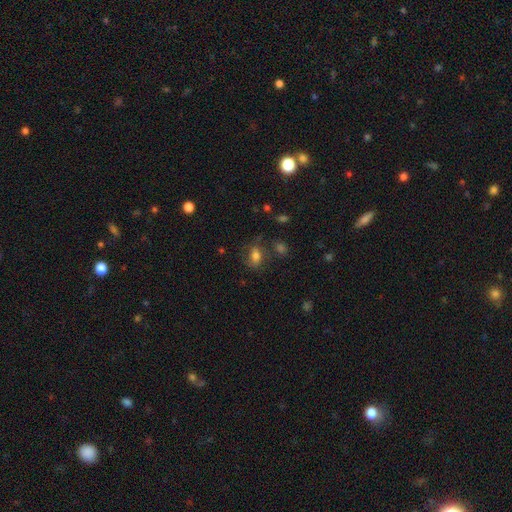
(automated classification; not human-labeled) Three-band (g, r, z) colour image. It shows a smooth galaxy with no disk features (71%) that is in between round and cigar-shaped (77%). Merging: none (62%).